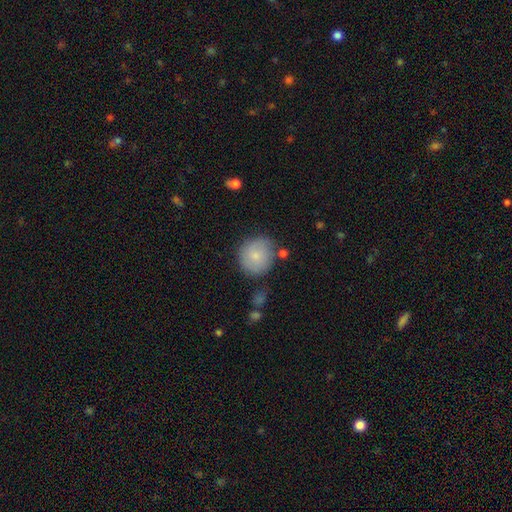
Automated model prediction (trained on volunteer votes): A smooth galaxy with no disk features (79%) that is round (90%).

Vote fractions:
- Smooth or featured? smooth: 79% / featured or disk: 14% / star or artifact: 6%
- How rounded? round: 90% / in between: 9% / cigar-shaped: 1%
- Merging? none: 75% / minor disturbance: 17% / merger: 5% / major disturbance: 4%